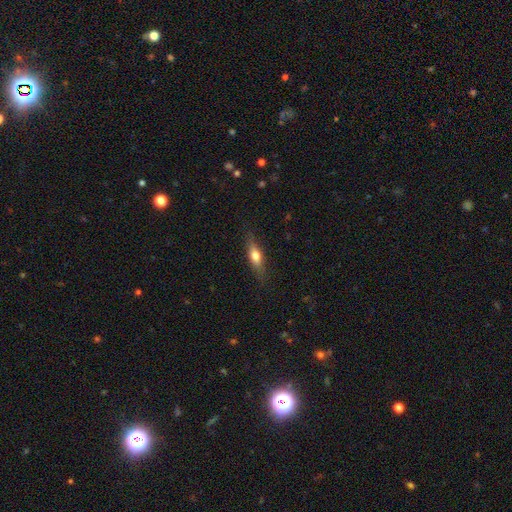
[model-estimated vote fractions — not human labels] A smooth galaxy with no disk features (59%) that is cigar-shaped (54%). Merging: none (82%).